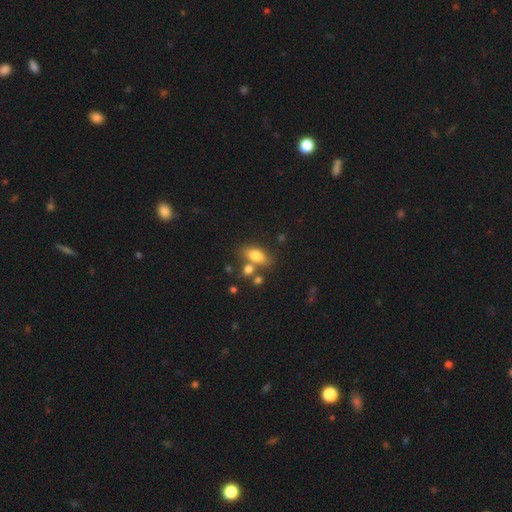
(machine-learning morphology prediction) type=smooth (77%); roundness=in between (82%); merging=none (62%).